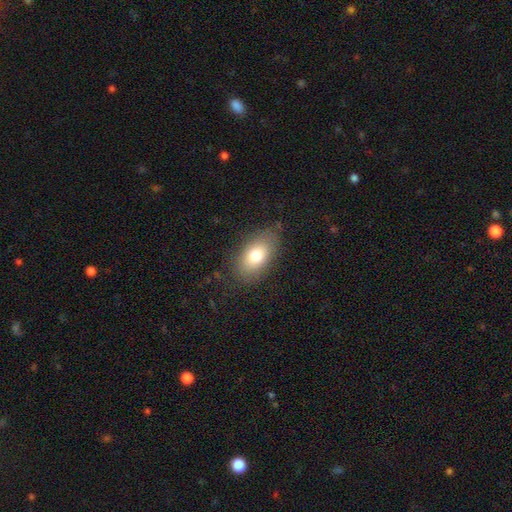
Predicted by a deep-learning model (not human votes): This is likely a smooth galaxy (76%). How rounded: clearly in between (90%). Merging: likely none (79%).